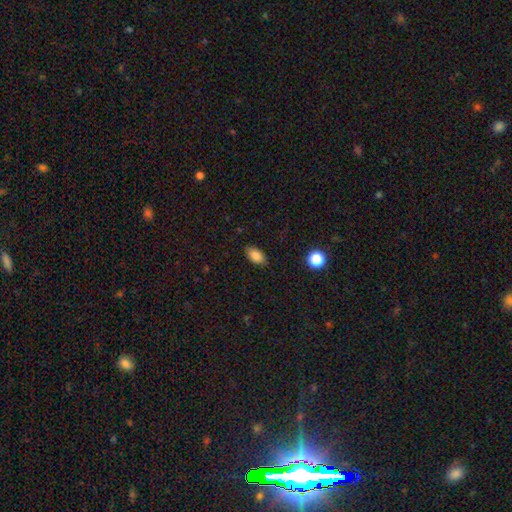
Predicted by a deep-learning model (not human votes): Morphology: type=smooth (85%); roundness=in between (91%); merging=none (83%).